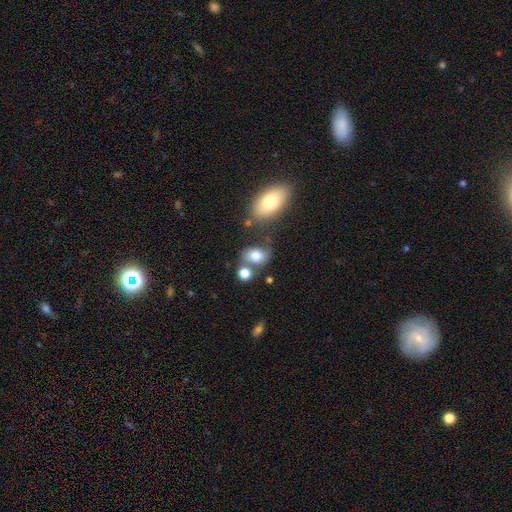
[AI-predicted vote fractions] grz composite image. It shows a smooth galaxy with no disk features (71%) that is in between round and cigar-shaped (63%). Merging: none (51%).